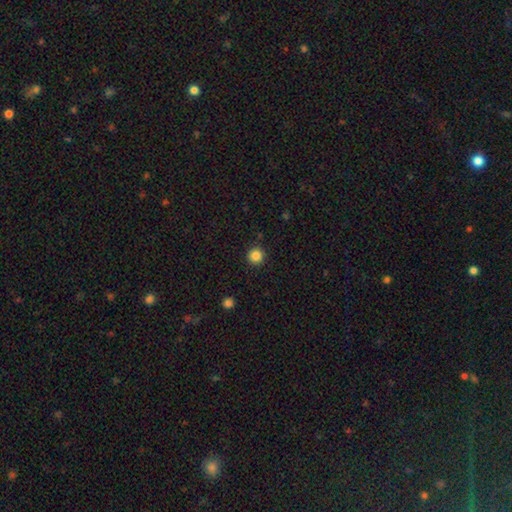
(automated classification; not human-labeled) Q: Smooth or featured?
A: smooth (85%); runner-up: star or artifact (11%)
Q: How rounded?
A: round (95%); runner-up: in between (4%)
Q: Merging?
A: none (91%); runner-up: minor disturbance (5%)